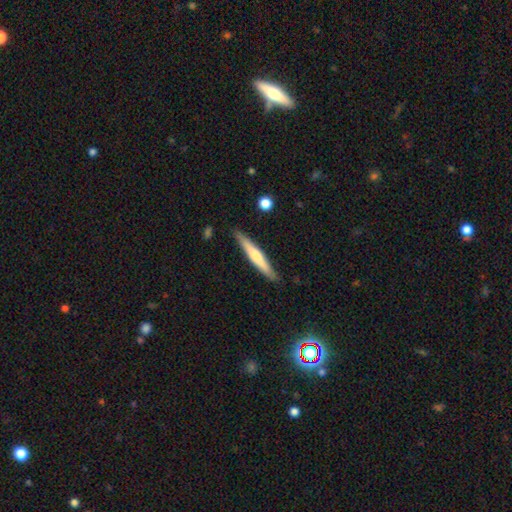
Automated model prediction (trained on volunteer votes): smooth_or_featured: smooth (p=0.51) [alt: featured or disk p=0.44]
how_rounded: cigar-shaped (p=0.94) [alt: in between p=0.05]
merging: none (p=0.88) [alt: minor disturbance p=0.09]